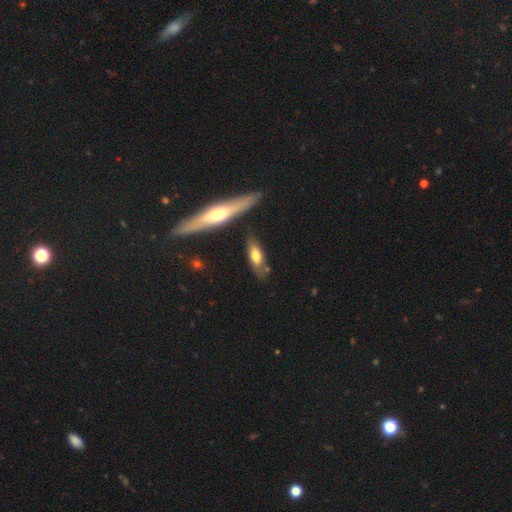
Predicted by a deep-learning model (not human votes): A smooth galaxy with no disk features (61%) that is in between round and cigar-shaped (57%). Merging: none (71%).